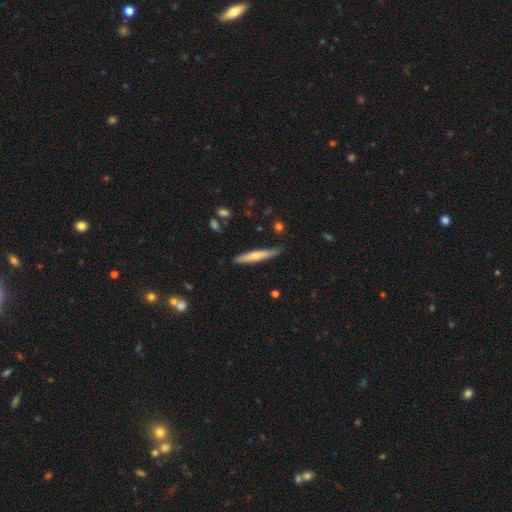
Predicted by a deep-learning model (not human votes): Smooth or featured: smooth — 60% (featured or disk — 35%)
How rounded: cigar-shaped — 91% (in between — 7%)
Merging: none — 82% (minor disturbance — 14%)